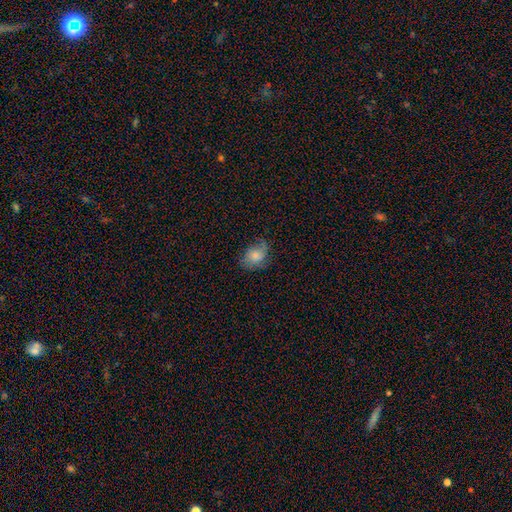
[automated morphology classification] Overall: smooth (61%; featured or disk 30%). How rounded: in between (61%; round 38%). Merging: none (57%; minor disturbance 27%).